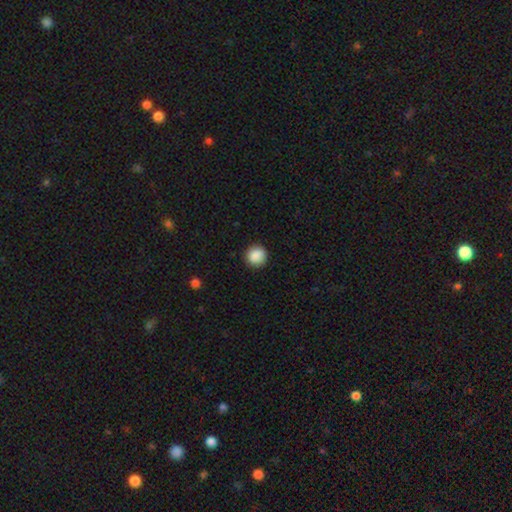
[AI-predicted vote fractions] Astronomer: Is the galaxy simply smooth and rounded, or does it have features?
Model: smooth — 88%.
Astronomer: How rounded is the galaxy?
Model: round — 93%.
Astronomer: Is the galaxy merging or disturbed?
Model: none — 91%.